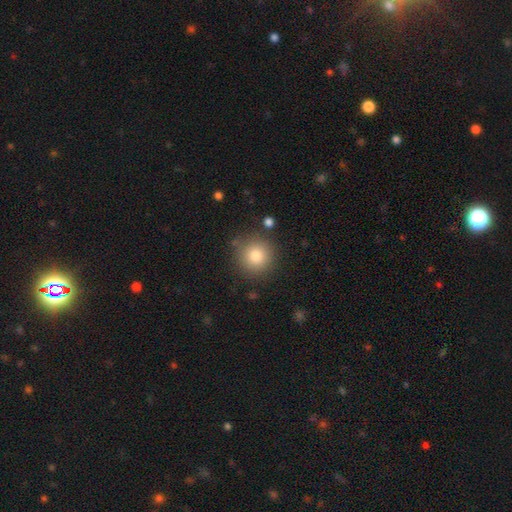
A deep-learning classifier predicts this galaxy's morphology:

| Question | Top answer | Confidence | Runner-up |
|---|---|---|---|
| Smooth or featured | smooth | 82% | star or artifact (11%) |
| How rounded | round | 94% | in between (5%) |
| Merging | none | 85% | minor disturbance (9%) |